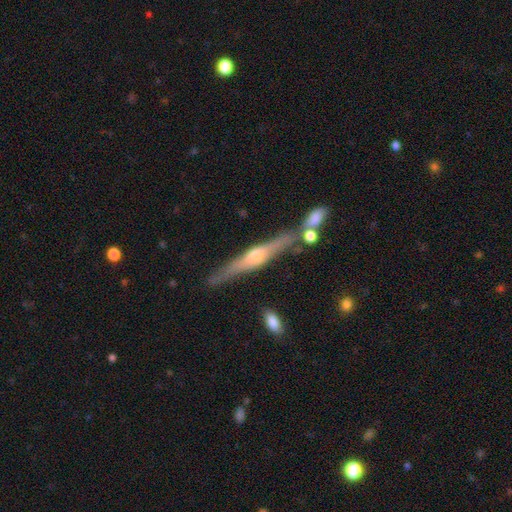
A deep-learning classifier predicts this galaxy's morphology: Smooth or featured? Predicted: featured or disk (p=0.78). Edge-on disk? Predicted: yes (p=0.97). Edge-on bulge? Predicted: rounded (p=0.84). Merging? Predicted: none (p=0.81).